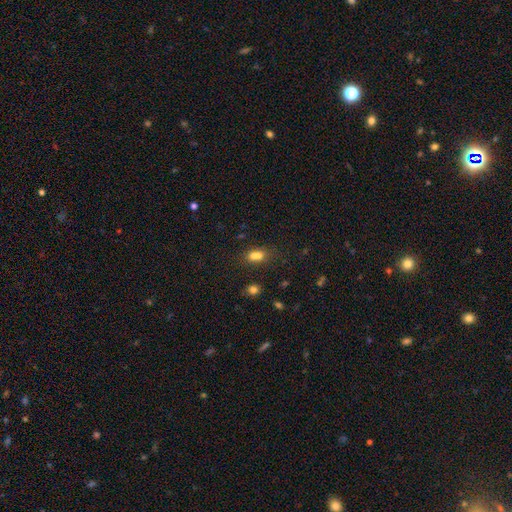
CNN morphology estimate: Smooth or featured? Predicted: smooth (p=0.70). How rounded? Predicted: in between (p=0.53). Merging? Predicted: merger (p=0.54).